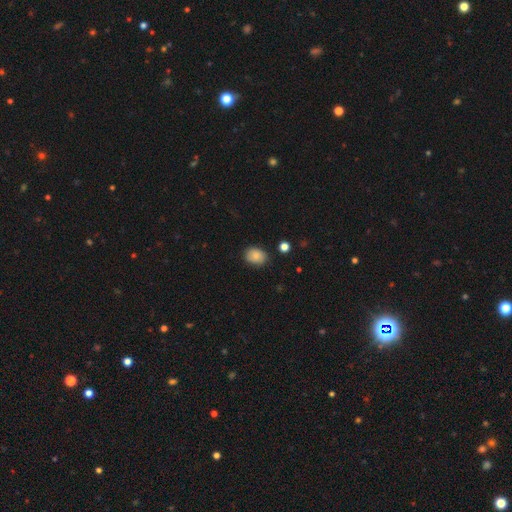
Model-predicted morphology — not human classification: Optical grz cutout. It shows a smooth galaxy with no disk features (84%) that is in between round and cigar-shaped (61%). Merging: none (79%).